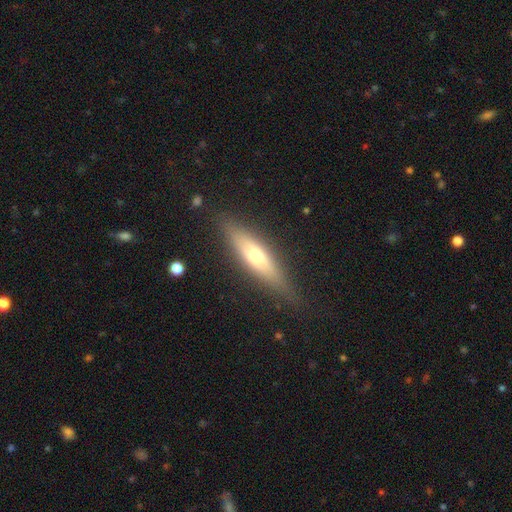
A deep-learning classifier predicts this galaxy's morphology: Q: Smooth or featured?
A: featured or disk (53%); runner-up: smooth (40%)
Q: Edge-on disk?
A: yes (88%); runner-up: no (12%)
Q: Merging?
A: none (82%); runner-up: minor disturbance (13%)